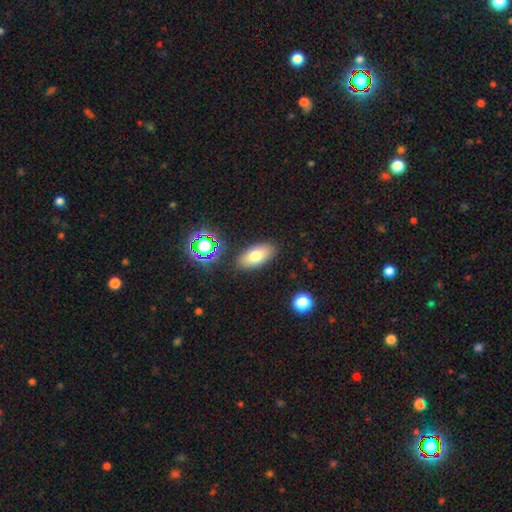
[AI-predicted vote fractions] smooth_or_featured: smooth (p=0.75) [alt: featured or disk p=0.15]
how_rounded: in between (p=0.88) [alt: cigar-shaped p=0.07]
merging: none (p=0.85) [alt: minor disturbance p=0.09]